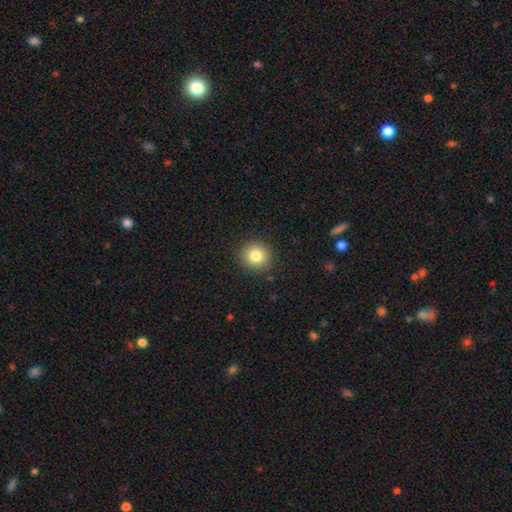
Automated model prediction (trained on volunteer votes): A smooth galaxy with no disk features (82%) that is round (90%).

Vote fractions:
- Smooth or featured? smooth: 82% / star or artifact: 11% / featured or disk: 8%
- How rounded? round: 90% / in between: 9% / cigar-shaped: 1%
- Merging? none: 90% / minor disturbance: 7% / major disturbance: 2% / merger: 1%